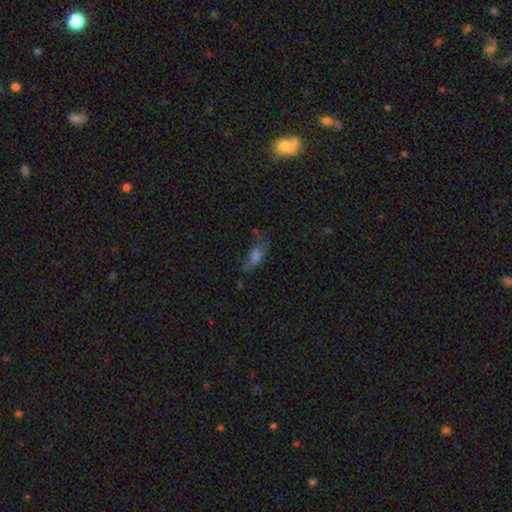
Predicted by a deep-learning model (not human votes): Overall: smooth (52%; featured or disk 27%). How rounded: in between (62%; cigar-shaped 31%). Merging: none (50%; minor disturbance 26%).